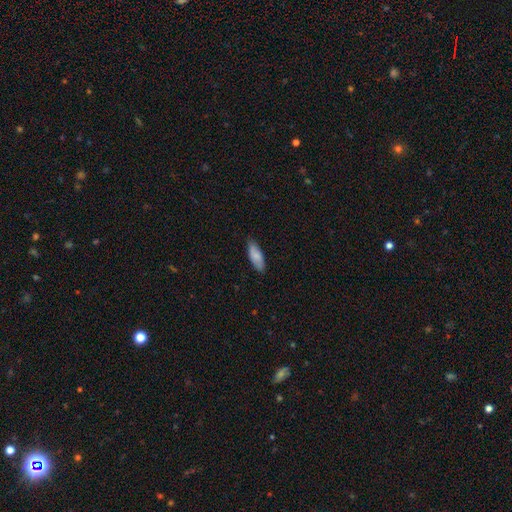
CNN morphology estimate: smooth_or_featured: smooth (p=0.83) [alt: featured or disk p=0.12]
how_rounded: in between (p=0.69) [alt: cigar-shaped p=0.29]
merging: none (p=0.83) [alt: minor disturbance p=0.14]